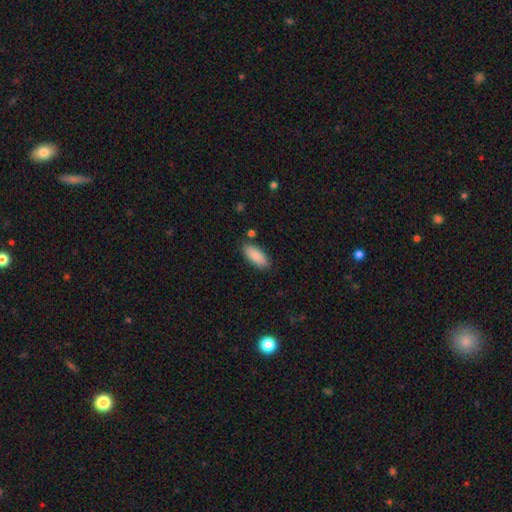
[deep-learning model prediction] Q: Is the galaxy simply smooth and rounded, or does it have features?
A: smooth — 88%.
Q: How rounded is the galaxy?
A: in between — 81%.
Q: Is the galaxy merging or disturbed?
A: none — 85%.